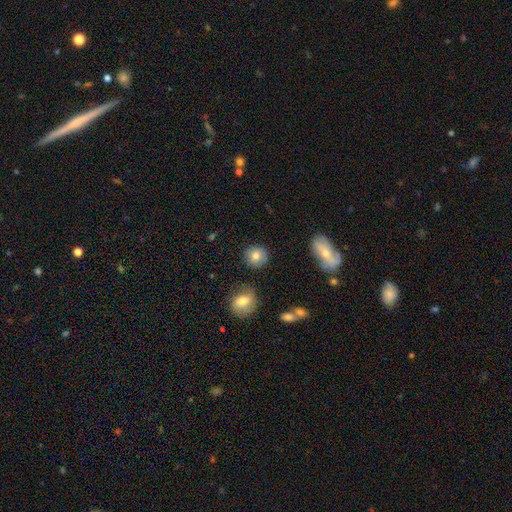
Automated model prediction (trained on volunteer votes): Smooth or featured? smooth (79%)
How rounded? round (90%)
Merging? none (86%)